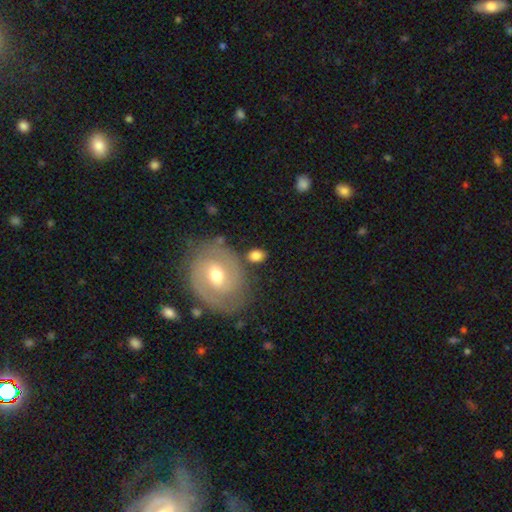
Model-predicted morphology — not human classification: This appears to be a smooth galaxy with no disk features (74%) that is in between round and cigar-shaped (61%). Merging: none (73%).